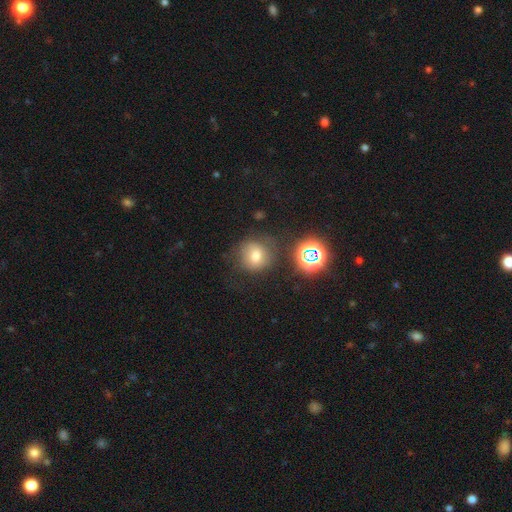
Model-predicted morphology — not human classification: type=smooth (68%); roundness=round (86%); merging=none (71%).